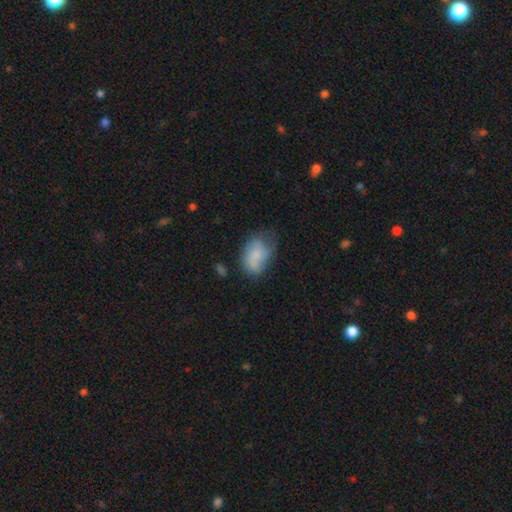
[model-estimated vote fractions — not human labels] A smooth galaxy with no disk features (65%) that is in between round and cigar-shaped (84%).

Vote fractions:
- Smooth or featured? smooth: 65% / featured or disk: 27% / star or artifact: 8%
- How rounded? in between: 84% / round: 15% / cigar-shaped: 2%
- Merging? none: 43% / minor disturbance: 36% / major disturbance: 17% / merger: 3%